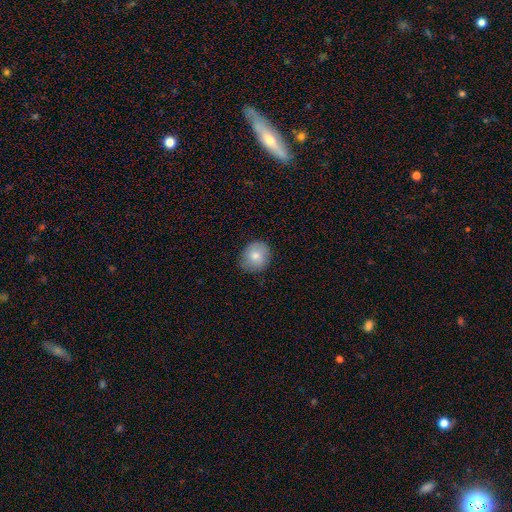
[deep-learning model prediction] Q: Smooth or featured?
A: smooth (79%); runner-up: featured or disk (13%)
Q: How rounded?
A: round (79%); runner-up: in between (20%)
Q: Merging?
A: none (81%); runner-up: minor disturbance (16%)